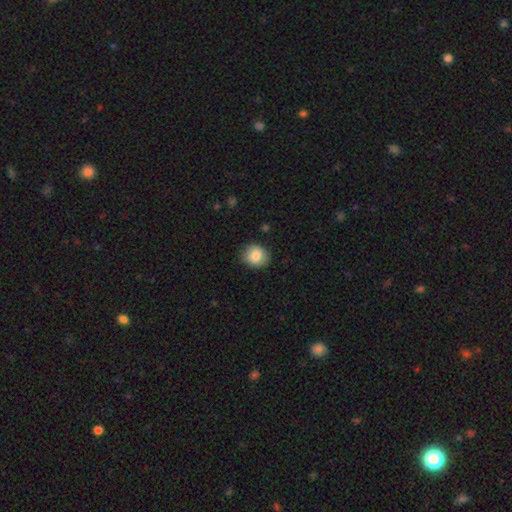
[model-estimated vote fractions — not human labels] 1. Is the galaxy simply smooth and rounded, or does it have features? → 84% smooth, 8% featured or disk, 8% star or artifact.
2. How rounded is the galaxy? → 72% round, 27% in between, 1% cigar-shaped.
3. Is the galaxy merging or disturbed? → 85% none, 11% minor disturbance, 2% major disturbance, 1% merger.